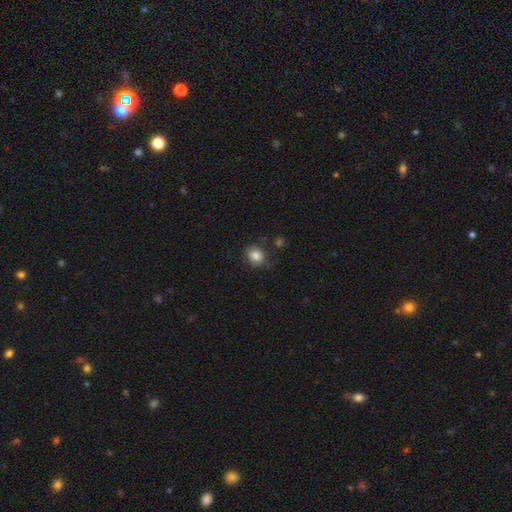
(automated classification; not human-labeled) smooth-or-featured: smooth: 84% | star or artifact: 10% | featured or disk: 6%
  how-rounded: round: 77% | in between: 22% | cigar-shaped: 1%
  merging: none: 77% | minor disturbance: 16% | major disturbance: 5% | merger: 3%